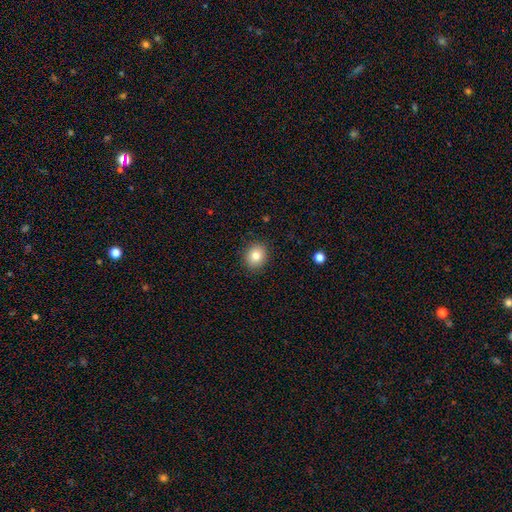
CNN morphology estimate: The model was most divided on "how rounded": round: 76%, in between: 23%, cigar-shaped: 1%. More confident: merging — none (90%); smooth or featured — smooth (81%).